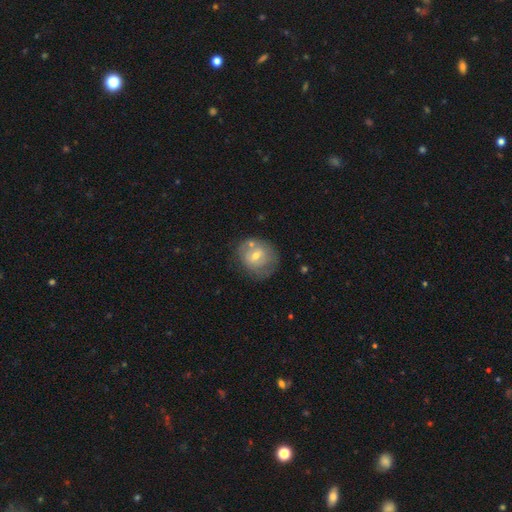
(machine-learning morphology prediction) A smooth galaxy with no disk features (49%). Merging: none (58%).